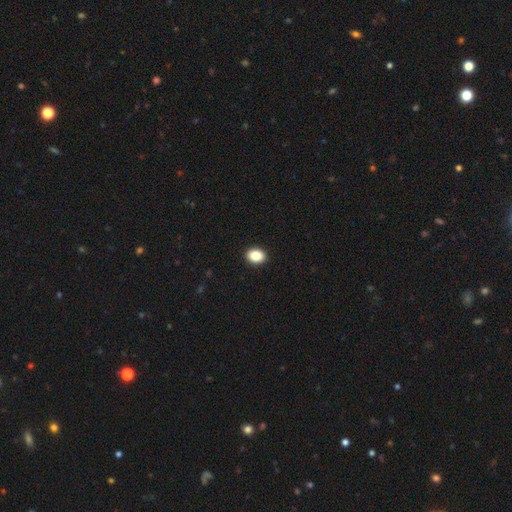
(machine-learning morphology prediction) smooth-or-featured: smooth: 86% | star or artifact: 9% | featured or disk: 5%
  how-rounded: in between: 63% | round: 36% | cigar-shaped: 1%
  merging: none: 92% | minor disturbance: 5% | major disturbance: 1% | merger: 1%